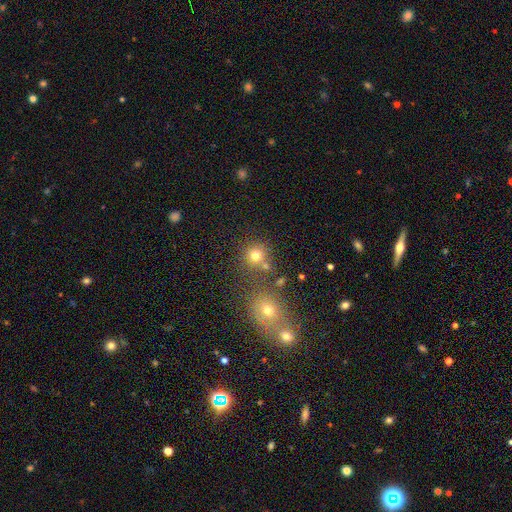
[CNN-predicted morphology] Overall: smooth (75%). How rounded: round (87%). Merging: none (66%).